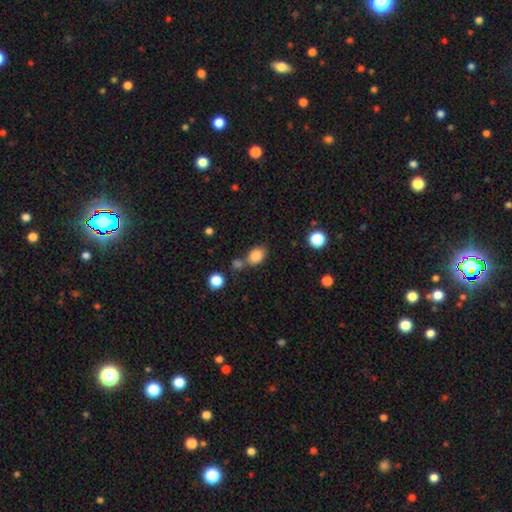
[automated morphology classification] The model was most divided on "how rounded": in between: 63%, round: 36%, cigar-shaped: 1%. More confident: smooth or featured — smooth (85%); merging — none (57%).